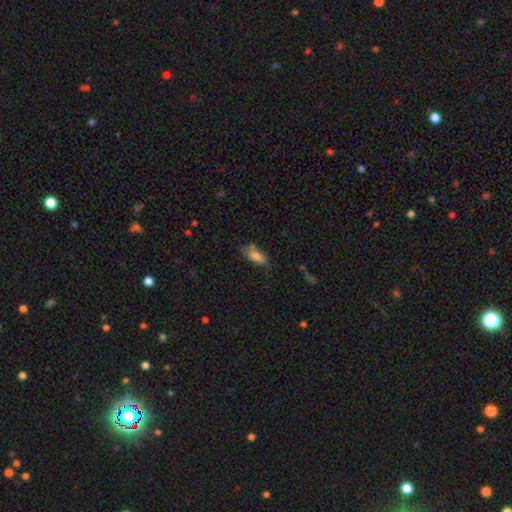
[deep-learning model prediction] A smooth galaxy with no disk features (78%) that is in between round and cigar-shaped (81%). Merging: none (55%).